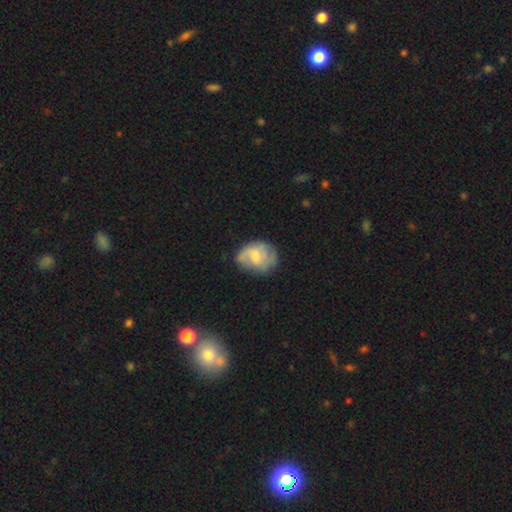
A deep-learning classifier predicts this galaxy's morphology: A smooth galaxy with no disk features (49%).

Vote fractions:
- Smooth or featured? smooth: 49% / featured or disk: 44% / star or artifact: 7%
- Merging? none: 58% / minor disturbance: 28% / major disturbance: 12% / merger: 2%